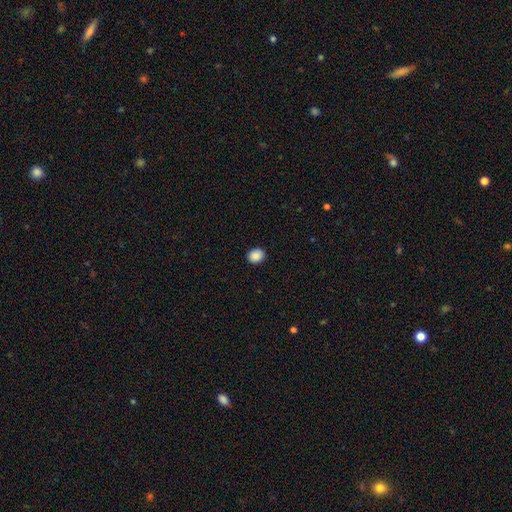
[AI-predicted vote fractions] This is clearly a smooth galaxy (89%). How rounded: likely round (62%). Merging: clearly none (91%).